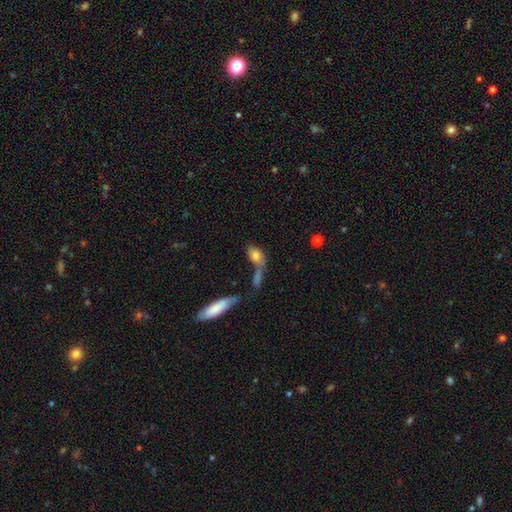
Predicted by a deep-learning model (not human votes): This is likely a smooth galaxy (77%). How rounded: clearly in between (84%). Merging: marginally merger (39%).